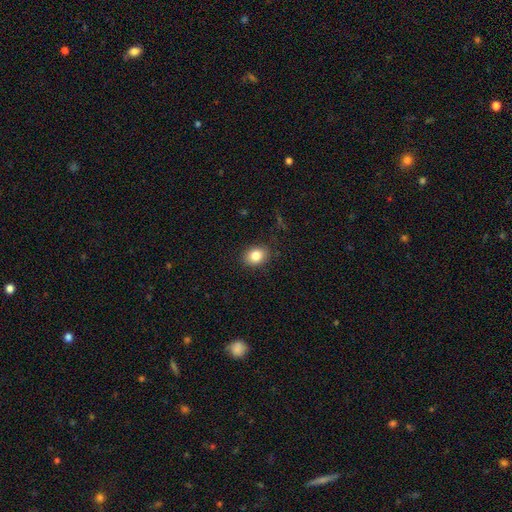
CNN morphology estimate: type=smooth (83%); roundness=in between (50%); merging=none (88%).